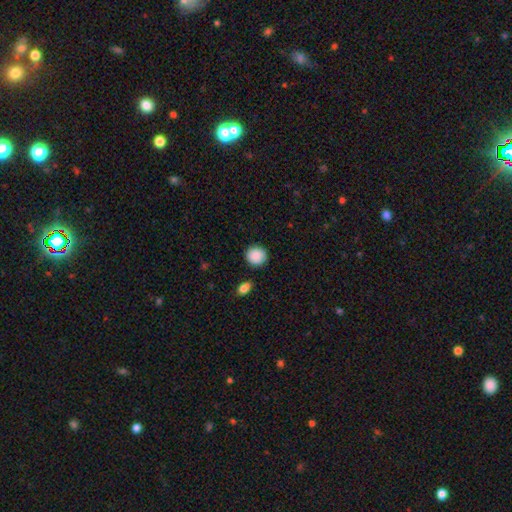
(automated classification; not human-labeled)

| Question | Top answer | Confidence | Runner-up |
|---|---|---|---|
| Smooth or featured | smooth | 89% | star or artifact (7%) |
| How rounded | round | 89% | in between (10%) |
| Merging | none | 88% | minor disturbance (8%) |